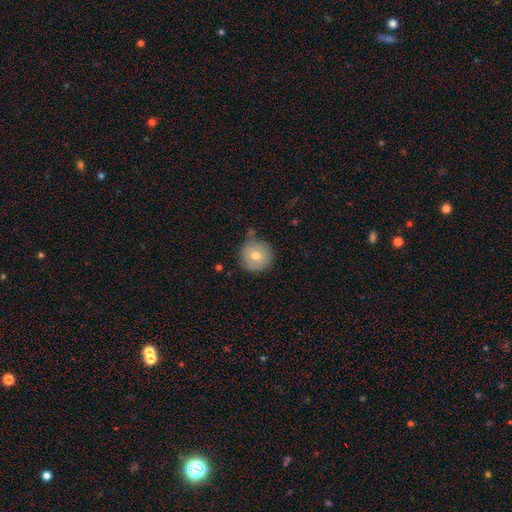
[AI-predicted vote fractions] Overall: smooth (73%). How rounded: round (95%). Merging: none (77%).